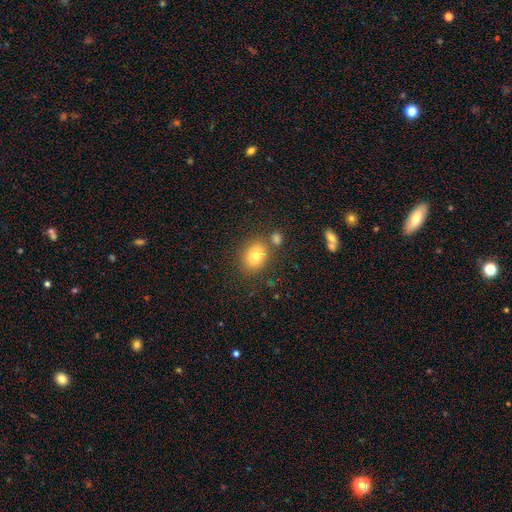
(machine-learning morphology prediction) Q: Smooth or featured?
A: smooth (77%); runner-up: featured or disk (12%)
Q: How rounded?
A: in between (56%); runner-up: round (43%)
Q: Merging?
A: none (74%); runner-up: minor disturbance (11%)